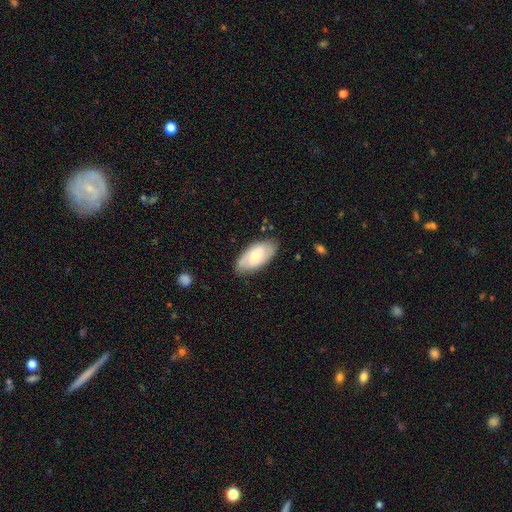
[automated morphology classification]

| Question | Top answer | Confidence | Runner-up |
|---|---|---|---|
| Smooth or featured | featured or disk | 50% | smooth (44%) |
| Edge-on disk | no | 90% | yes (10%) |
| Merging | none | 79% | minor disturbance (16%) |